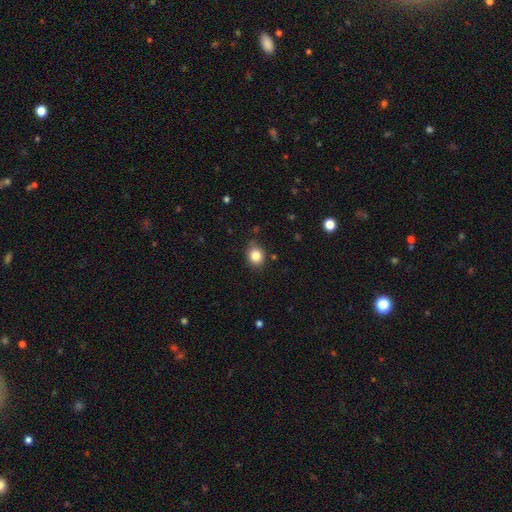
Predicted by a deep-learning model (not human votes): Smooth or featured? Predicted: smooth (p=0.84). How rounded? Predicted: round (p=0.59). Merging? Predicted: none (p=0.79).